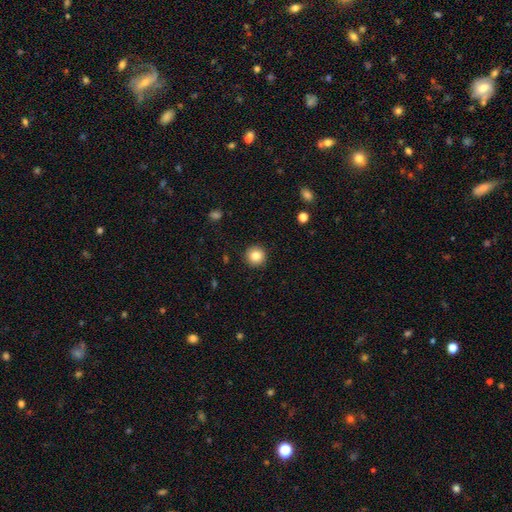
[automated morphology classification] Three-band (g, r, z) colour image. It shows a smooth galaxy with no disk features (84%) that is round (95%). Merging: none (92%).